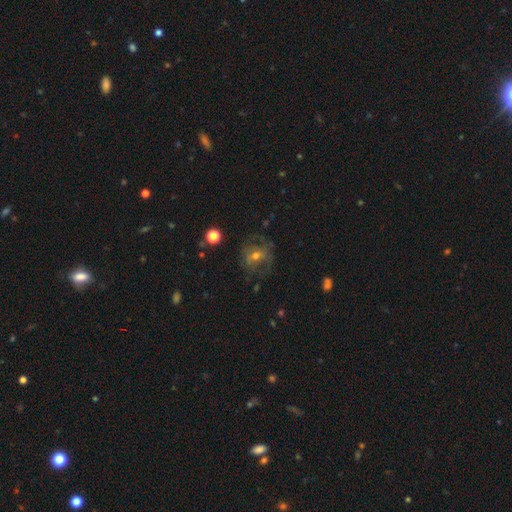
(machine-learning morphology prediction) Overall: featured or disk (51%; smooth 35%). Edge-on disk: no (95%). Merging: none (59%; minor disturbance 20%).